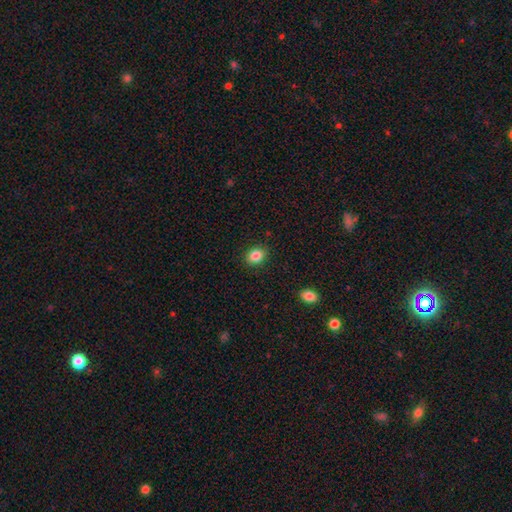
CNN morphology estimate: smooth 85%, star or artifact 10%, featured or disk 5%. Down the decision tree: how rounded — round (55%); merging — none (88%).